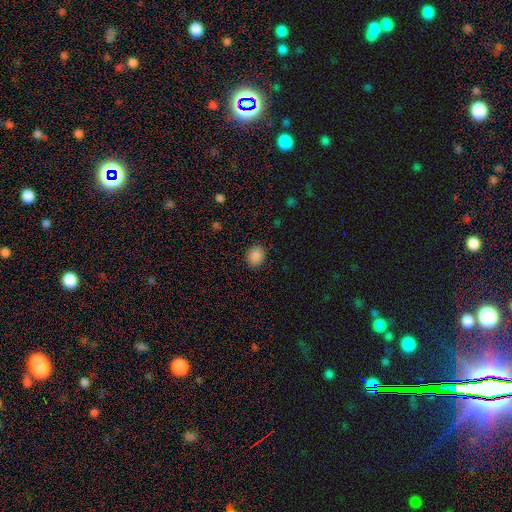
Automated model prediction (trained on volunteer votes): smooth 87%, star or artifact 10%, featured or disk 3%. Down the decision tree: how rounded — round (71%); merging — none (89%).